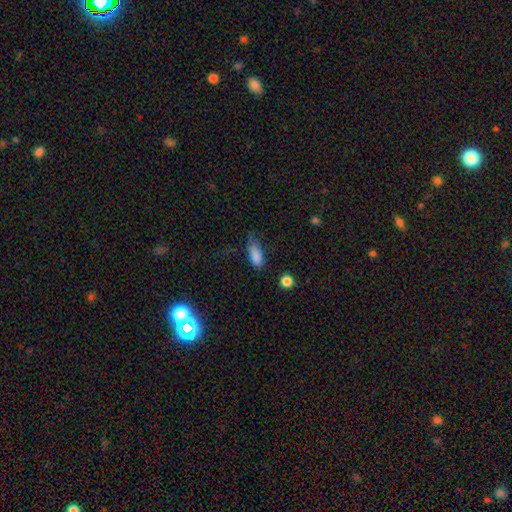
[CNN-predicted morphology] Overall: smooth (83%). How rounded: in between (77%). Merging: none (46%; minor disturbance 35%).